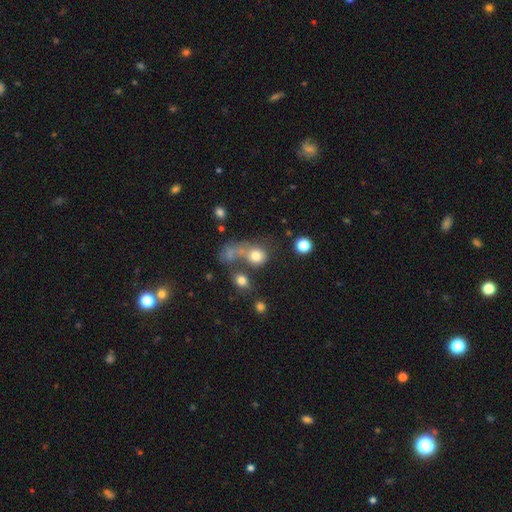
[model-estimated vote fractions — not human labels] This is likely a smooth galaxy (75%). How rounded: likely round (70%). Merging: marginally none (36%).